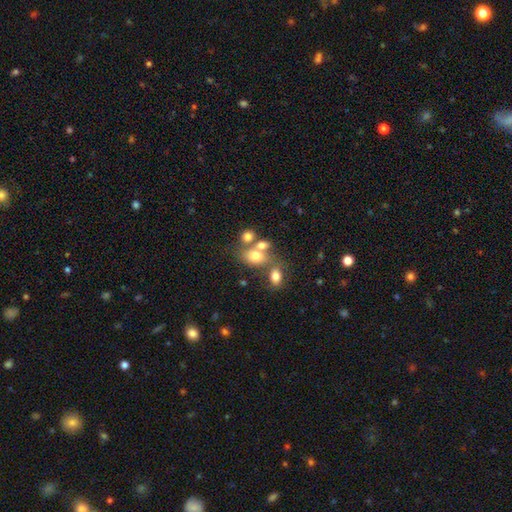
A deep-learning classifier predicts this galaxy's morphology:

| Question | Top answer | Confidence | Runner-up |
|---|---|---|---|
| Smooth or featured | smooth | 71% | featured or disk (16%) |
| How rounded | in between | 60% | round (38%) |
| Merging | merger | 44% | none (39%) |